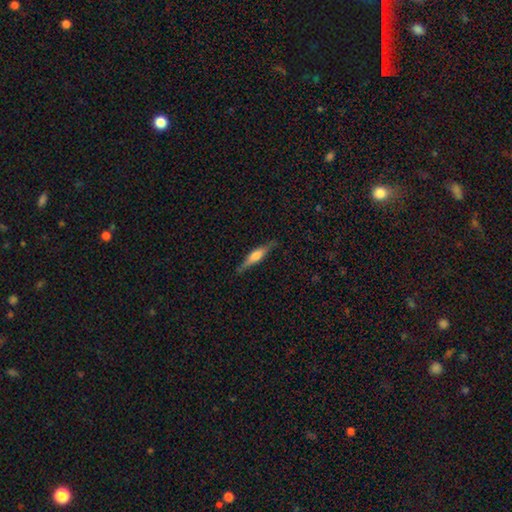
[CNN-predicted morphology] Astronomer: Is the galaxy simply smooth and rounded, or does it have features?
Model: featured or disk — 58% (runner-up: smooth, 36%).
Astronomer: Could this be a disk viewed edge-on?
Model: yes — 96%.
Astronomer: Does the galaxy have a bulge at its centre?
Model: rounded — 76%.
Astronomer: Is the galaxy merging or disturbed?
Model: none — 84%.